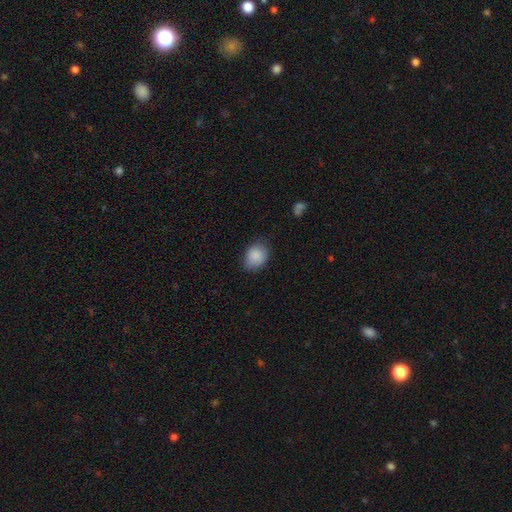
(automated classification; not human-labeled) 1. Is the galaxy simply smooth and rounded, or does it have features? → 88% smooth, 7% star or artifact, 5% featured or disk.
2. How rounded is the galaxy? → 58% in between, 41% round, 1% cigar-shaped.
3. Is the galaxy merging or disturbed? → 73% none, 22% minor disturbance, 4% major disturbance, 1% merger.